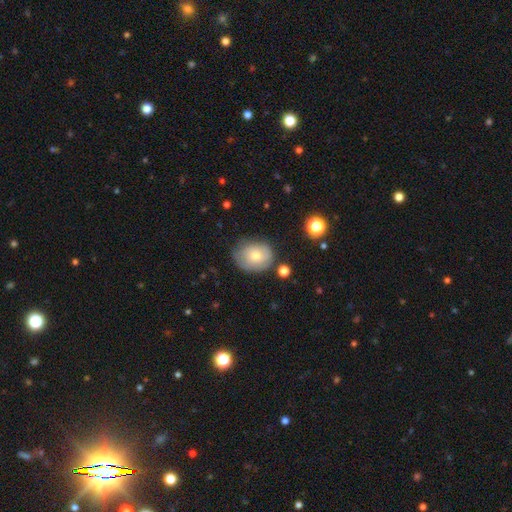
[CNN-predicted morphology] smooth_or_featured: smooth (p=0.60) [alt: featured or disk p=0.32]
how_rounded: round (p=0.54) [alt: in between p=0.45]
merging: none (p=0.64) [alt: minor disturbance p=0.27]